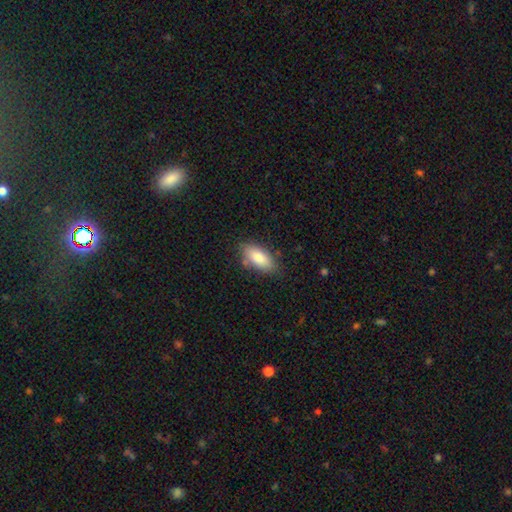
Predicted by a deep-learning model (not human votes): smooth_or_featured: smooth (p=0.82) [alt: featured or disk p=0.11]
how_rounded: in between (p=0.86) [alt: cigar-shaped p=0.11]
merging: none (p=0.79) [alt: minor disturbance p=0.16]